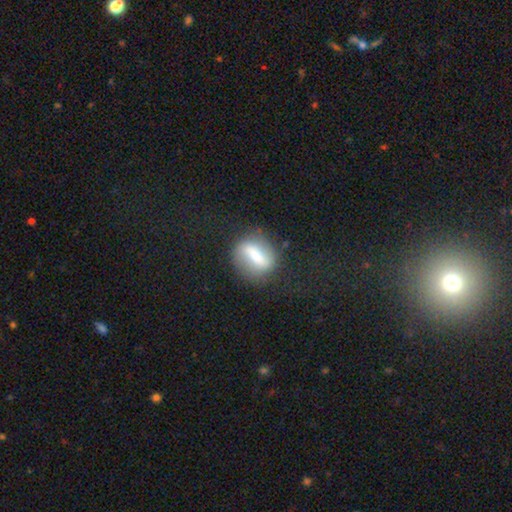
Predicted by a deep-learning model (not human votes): Q: Smooth or featured?
A: featured or disk (46%); runner-up: smooth (45%)
Q: Merging?
A: none (75%); runner-up: minor disturbance (15%)